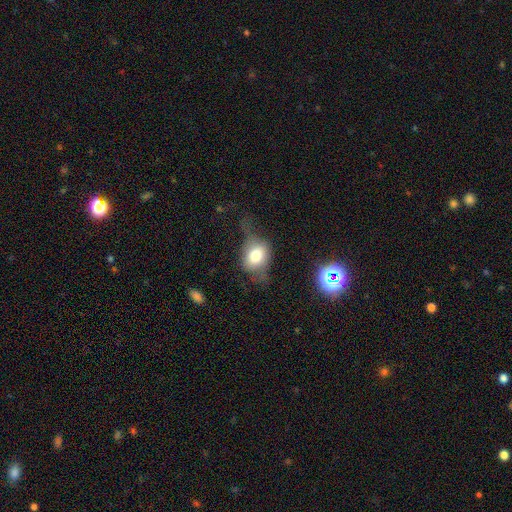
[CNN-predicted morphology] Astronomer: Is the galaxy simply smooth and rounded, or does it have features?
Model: smooth — 62%.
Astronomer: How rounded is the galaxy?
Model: in between — 59% (runner-up: round, 39%).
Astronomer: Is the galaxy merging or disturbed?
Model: none — 41% (runner-up: minor disturbance, 28%).